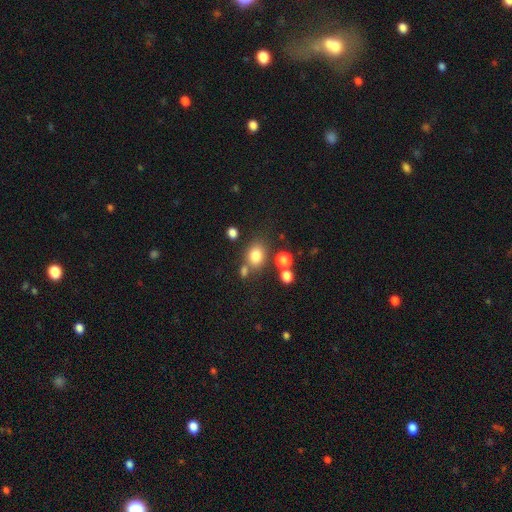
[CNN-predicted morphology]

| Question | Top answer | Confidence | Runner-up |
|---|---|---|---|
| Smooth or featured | smooth | 80% | star or artifact (13%) |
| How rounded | round | 50% | in between (48%) |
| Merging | none | 67% | merger (15%) |